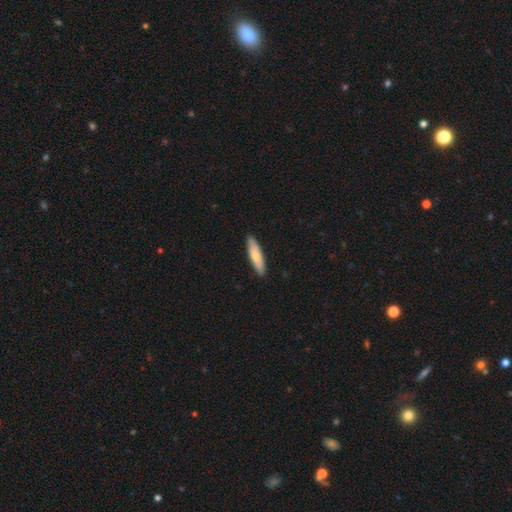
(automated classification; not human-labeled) This appears to be a smooth galaxy with no disk features (73%) that is cigar-shaped (71%). Merging: none (89%).